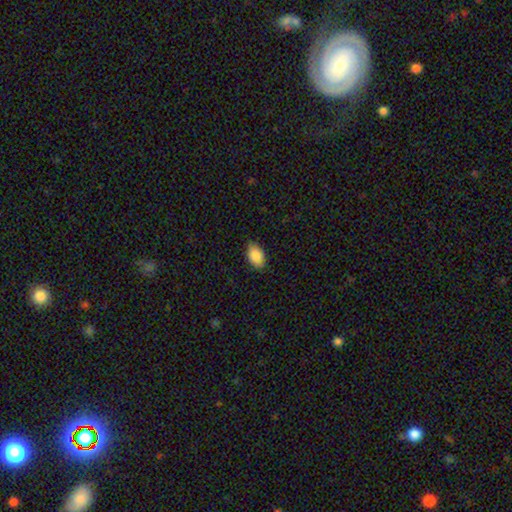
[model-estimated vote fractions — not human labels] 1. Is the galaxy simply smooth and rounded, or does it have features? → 88% smooth, 7% star or artifact, 6% featured or disk.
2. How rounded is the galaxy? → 92% in between, 6% round, 2% cigar-shaped.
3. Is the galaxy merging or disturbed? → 84% none, 13% minor disturbance, 2% major disturbance, 1% merger.